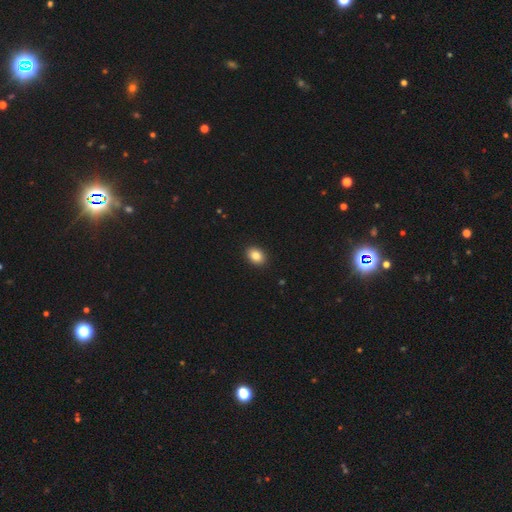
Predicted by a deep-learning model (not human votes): A smooth galaxy with no disk features (85%) that is in between round and cigar-shaped (69%). Merging: none (91%).